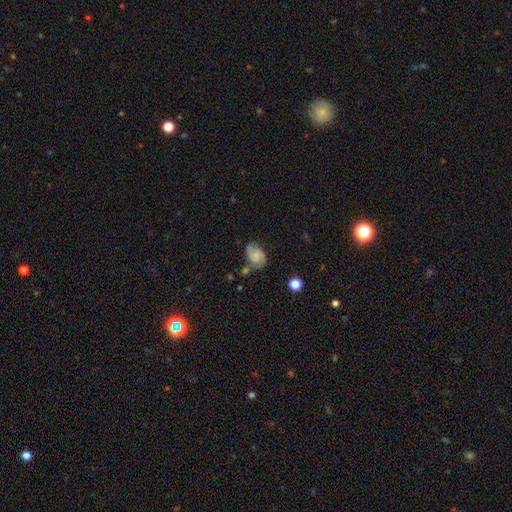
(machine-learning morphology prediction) type=featured or disk (48%); merging=none (55%).